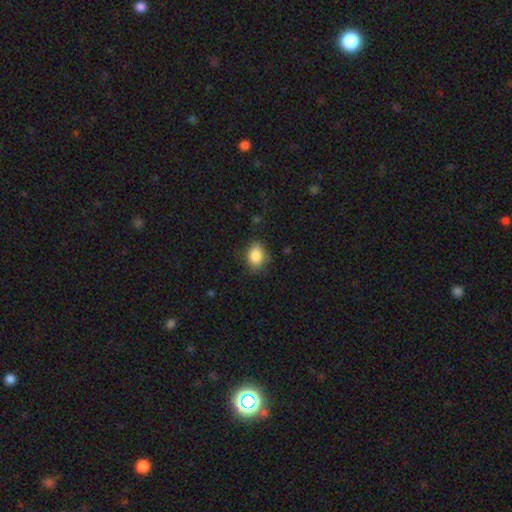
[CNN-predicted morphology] Q: Smooth or featured?
A: smooth (86%); runner-up: star or artifact (8%)
Q: How rounded?
A: in between (66%); runner-up: round (33%)
Q: Merging?
A: none (75%); runner-up: minor disturbance (20%)